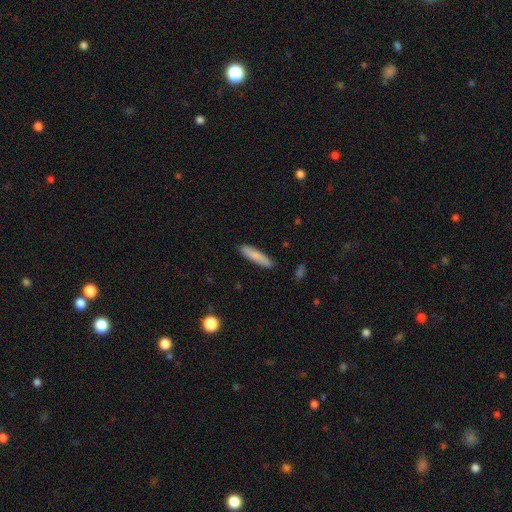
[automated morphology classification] This appears to be a smooth galaxy with no disk features (81%) that is cigar-shaped (84%). Merging: none (88%).